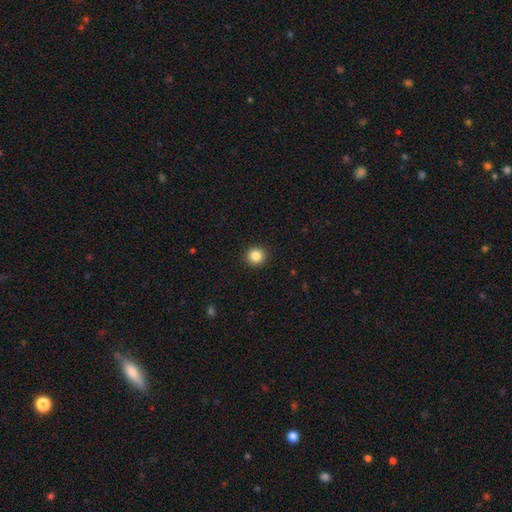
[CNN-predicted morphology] Smooth or featured?
  - smooth: 85% *
  - star or artifact: 10%
  - featured or disk: 4%
How rounded?
  - round: 91% *
  - in between: 8%
  - cigar-shaped: 1%
Merging?
  - none: 92% *
  - minor disturbance: 5%
  - major disturbance: 2%
  - merger: 1%